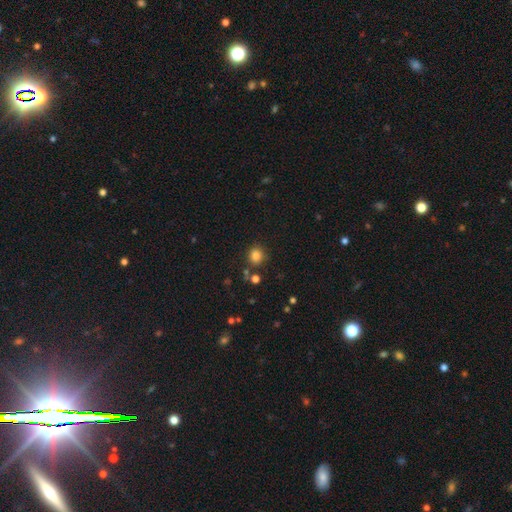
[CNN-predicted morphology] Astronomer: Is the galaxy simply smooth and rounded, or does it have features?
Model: smooth — 83%.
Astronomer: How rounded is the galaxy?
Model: round — 82%.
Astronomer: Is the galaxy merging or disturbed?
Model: none — 82%.